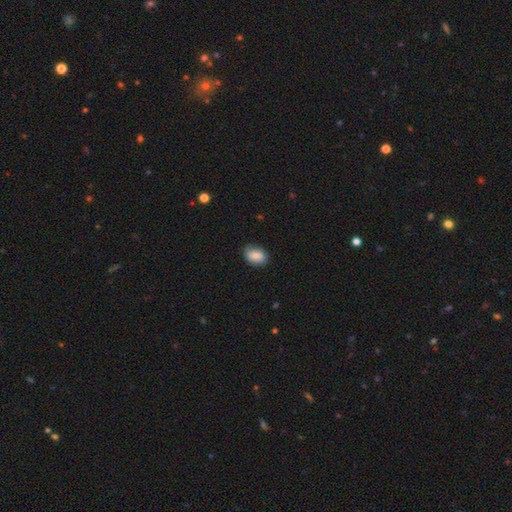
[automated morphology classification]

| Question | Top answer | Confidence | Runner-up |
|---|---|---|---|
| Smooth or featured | smooth | 81% | featured or disk (12%) |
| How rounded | in between | 77% | round (22%) |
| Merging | none | 77% | minor disturbance (19%) |